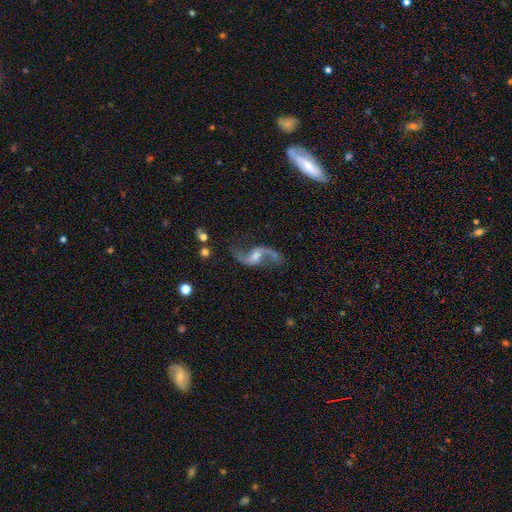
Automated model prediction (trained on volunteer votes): Q: Smooth or featured?
A: featured or disk (90%); runner-up: star or artifact (6%)
Q: Edge-on disk?
A: no (96%); runner-up: yes (4%)
Q: Bar?
A: no (43%); runner-up: weak (42%)
Q: Spiral arms?
A: yes (96%); runner-up: no (4%)
Q: Spiral winding?
A: loose (88%); runner-up: medium (10%)
Q: Spiral arm count?
A: 2 (94%); runner-up: 1 (2%)
Q: Bulge size?
A: small (45%); runner-up: moderate (40%)
Q: Merging?
A: none (75%); runner-up: minor disturbance (14%)